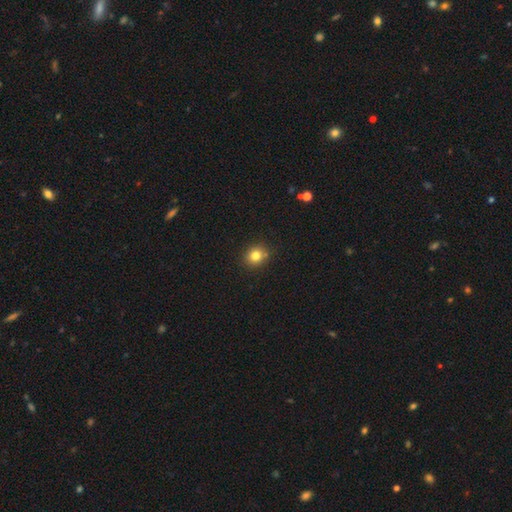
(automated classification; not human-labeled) This is clearly a smooth galaxy (81%). How rounded: likely round (79%). Merging: clearly none (82%).